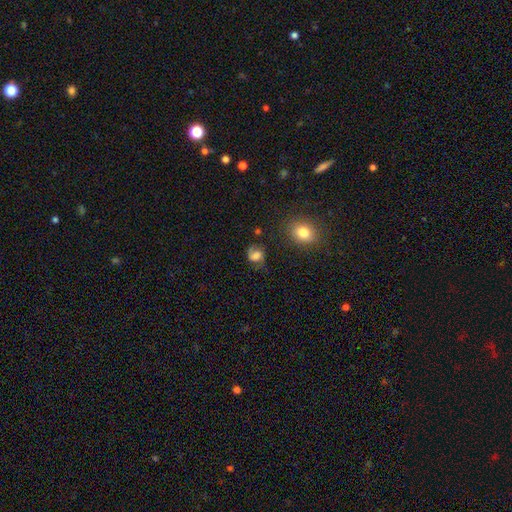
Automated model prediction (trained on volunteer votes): smooth 45%, featured or disk 43%, star or artifact 12%. Down the decision tree: merging — none (58%).